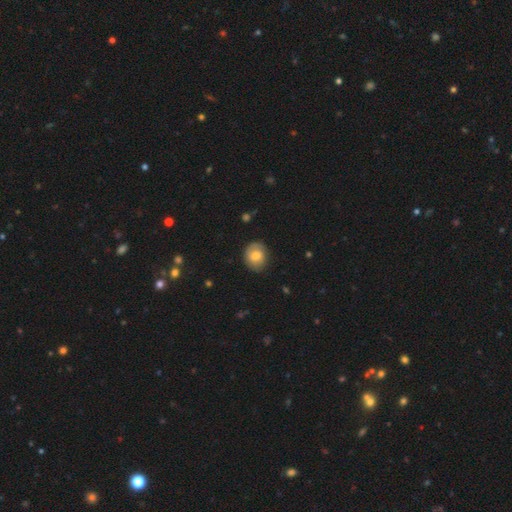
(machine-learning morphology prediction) smooth 67%, featured or disk 25%, star or artifact 7%. Down the decision tree: how rounded — round (61%); merging — none (76%).